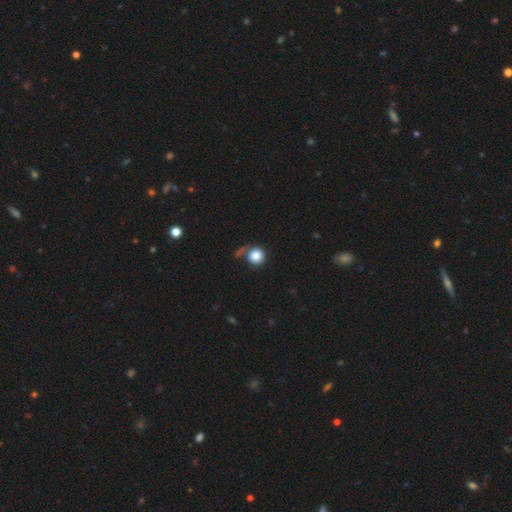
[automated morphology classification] A smooth galaxy with no disk features (84%) that is round (92%).

Vote fractions:
- Smooth or featured? smooth: 84% / star or artifact: 8% / featured or disk: 8%
- How rounded? round: 92% / in between: 7% / cigar-shaped: 1%
- Merging? none: 57% / minor disturbance: 16% / merger: 13% / major disturbance: 13%